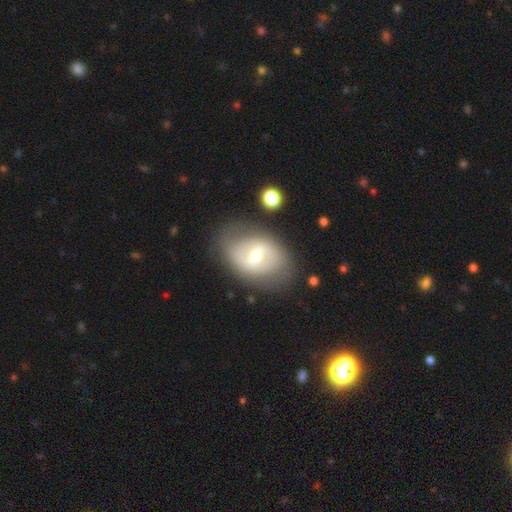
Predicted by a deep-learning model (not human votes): This is likely a featured or disk galaxy (61%). It is clearly not viewed edge-on (93%). Bar: marginally weak (44%). Spiral arm pattern: likely no (60%). Central bulge: possibly moderate (55%). Merging: likely none (76%).